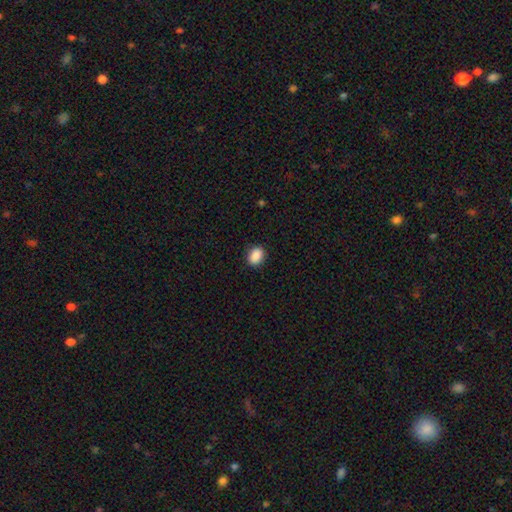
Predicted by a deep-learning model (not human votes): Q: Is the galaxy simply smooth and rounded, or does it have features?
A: smooth — 89%.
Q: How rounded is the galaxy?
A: in between — 64%.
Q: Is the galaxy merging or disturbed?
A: none — 89%.